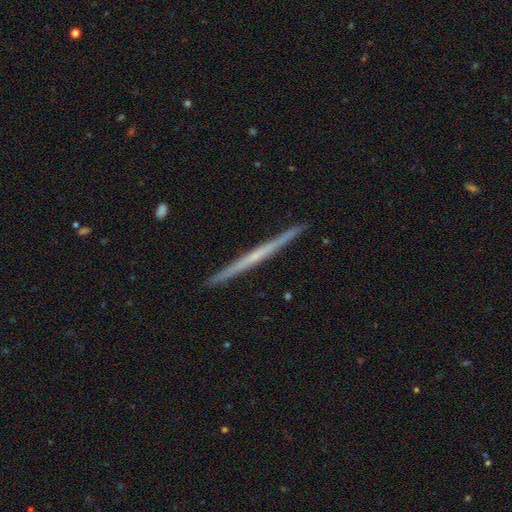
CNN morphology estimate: A featured or disk galaxy (66%) viewed edge-on (98%) with no central bulge (81%). Merging: none (93%).